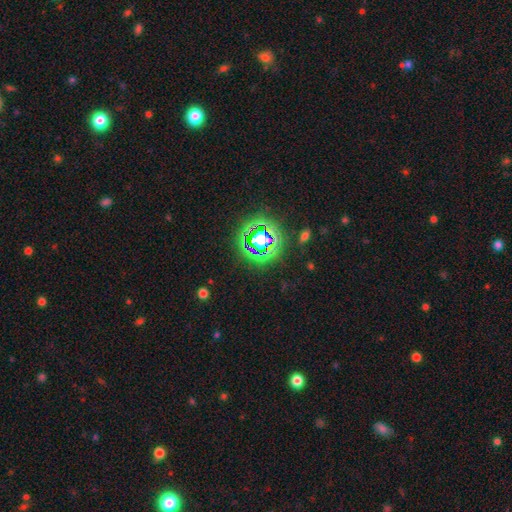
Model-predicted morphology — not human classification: type=star or artifact (82%).